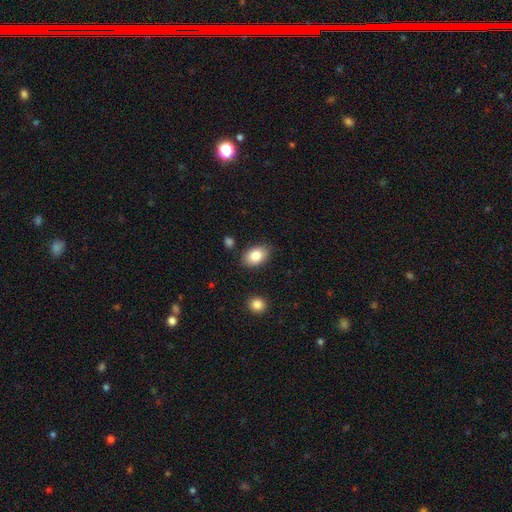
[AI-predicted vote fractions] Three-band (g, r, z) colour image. It shows a smooth galaxy with no disk features (85%) that is in between round and cigar-shaped (85%). Merging: none (83%).